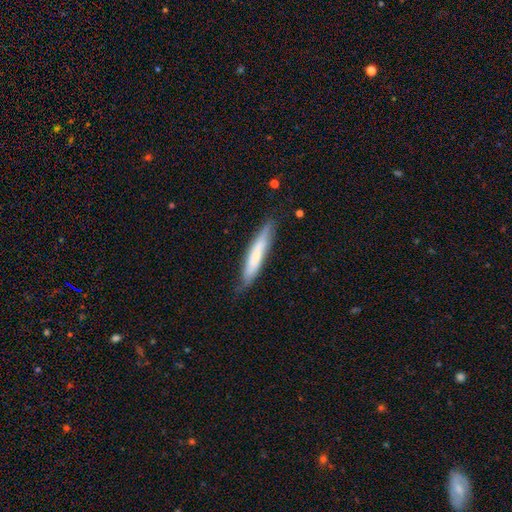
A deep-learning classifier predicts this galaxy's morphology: The model was most divided on "smooth or featured": smooth: 61%, featured or disk: 33%, star or artifact: 6%. More confident: how rounded — cigar-shaped (91%); merging — none (77%).